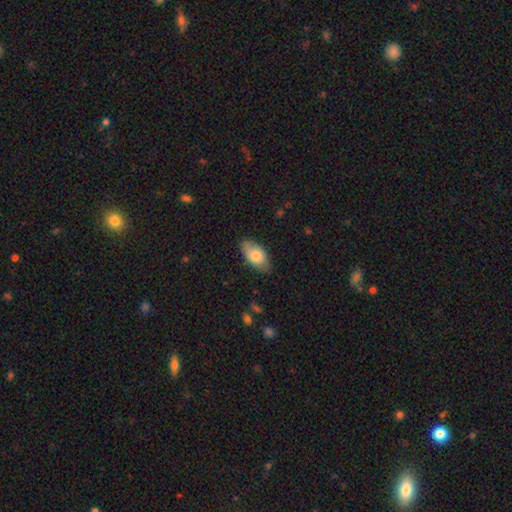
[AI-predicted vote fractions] Smooth or featured?
  - smooth: 76% *
  - featured or disk: 18%
  - star or artifact: 6%
How rounded?
  - in between: 93% *
  - round: 4%
  - cigar-shaped: 3%
Merging?
  - none: 77% *
  - minor disturbance: 19%
  - major disturbance: 3%
  - merger: 1%